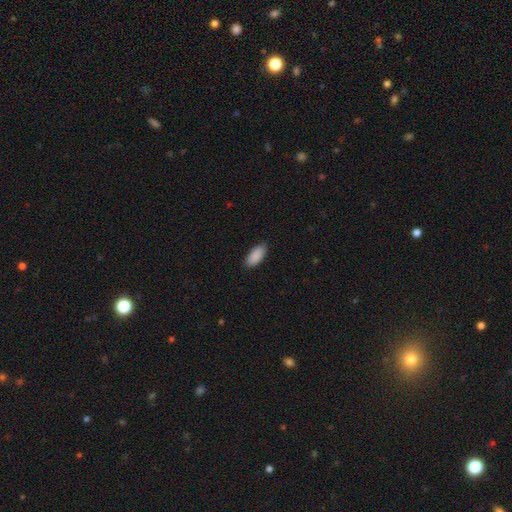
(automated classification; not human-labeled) smooth 90%, star or artifact 6%, featured or disk 4%. Down the decision tree: how rounded — in between (89%); merging — none (85%).